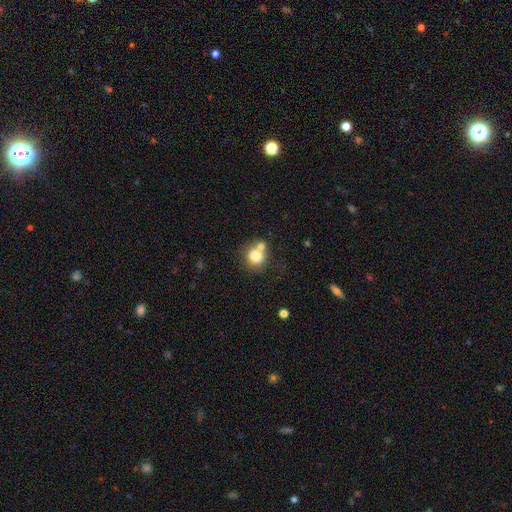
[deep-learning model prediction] Overall: smooth (80%). How rounded: round (82%). Merging: none (52%; merger 32%).